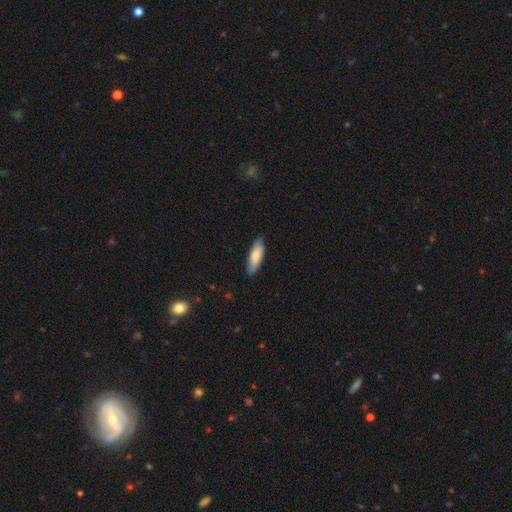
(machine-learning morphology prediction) smooth_or_featured: smooth (p=0.82) [alt: featured or disk p=0.13]
how_rounded: in between (p=0.55) [alt: cigar-shaped p=0.43]
merging: none (p=0.87) [alt: minor disturbance p=0.11]